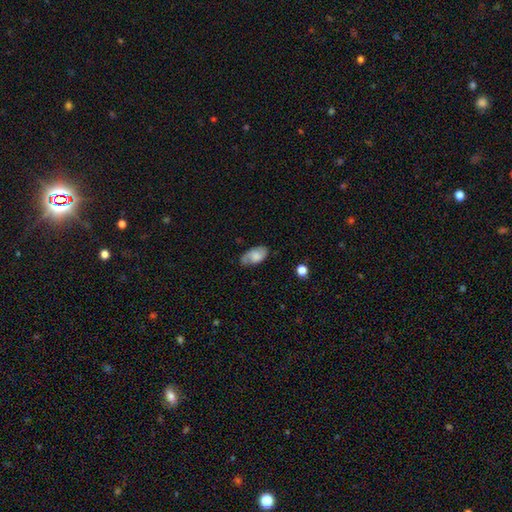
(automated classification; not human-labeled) A smooth galaxy with no disk features (53%) that is in between round and cigar-shaped (92%).

Vote fractions:
- Smooth or featured? smooth: 53% / featured or disk: 39% / star or artifact: 8%
- How rounded? in between: 92% / round: 5% / cigar-shaped: 3%
- Merging? none: 68% / minor disturbance: 24% / major disturbance: 7% / merger: 2%